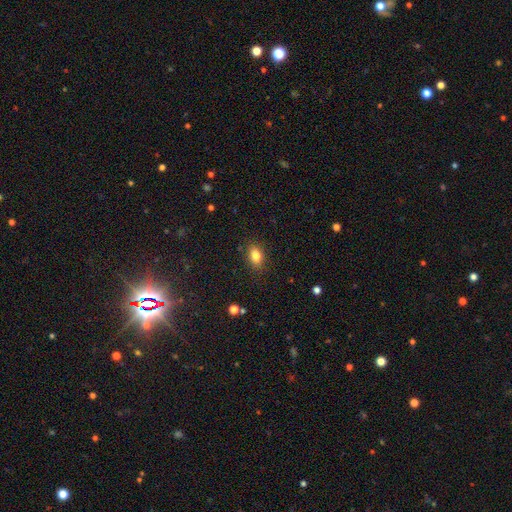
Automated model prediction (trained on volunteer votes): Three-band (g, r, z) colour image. It shows a smooth galaxy with no disk features (83%) that is in between round and cigar-shaped (83%). Merging: none (86%).